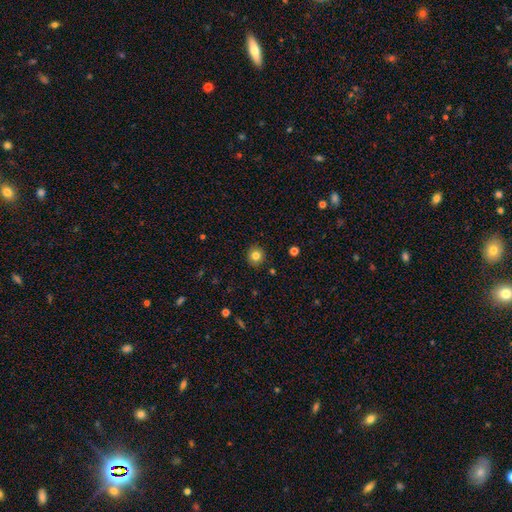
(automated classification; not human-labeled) Overall: smooth (81%). How rounded: round (91%). Merging: none (91%).